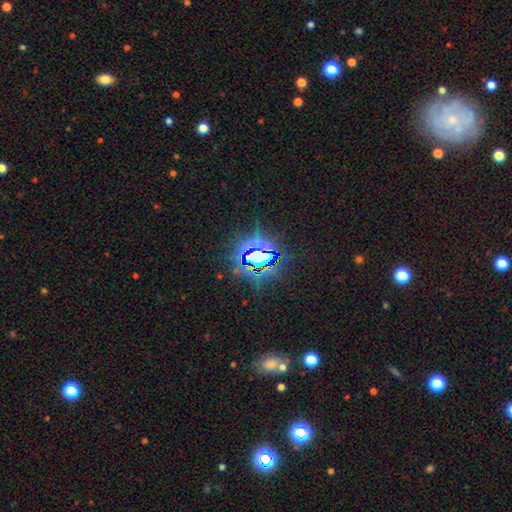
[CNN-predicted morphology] Smooth or featured? Predicted: star or artifact (p=0.80).